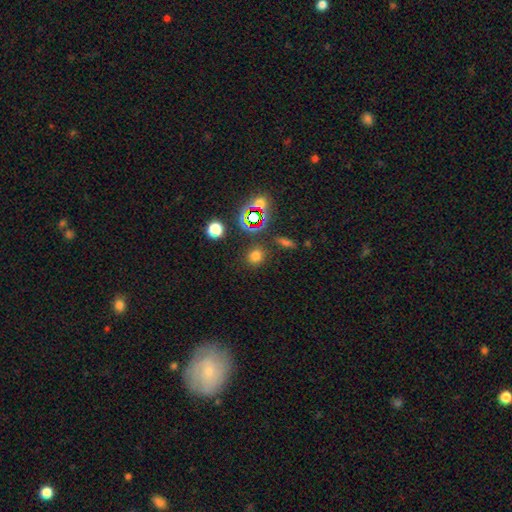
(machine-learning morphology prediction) Overall: smooth (69%). How rounded: round (83%). Merging: none (84%).